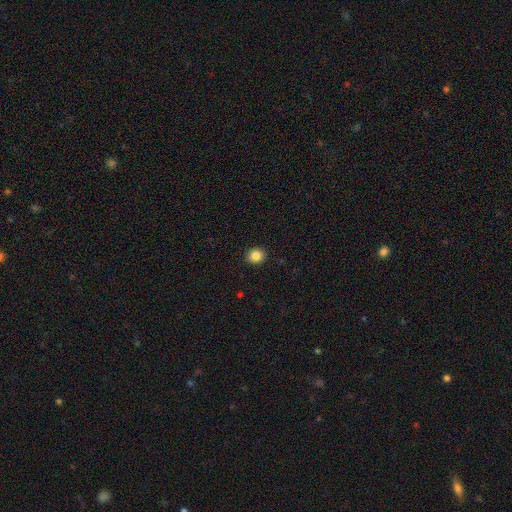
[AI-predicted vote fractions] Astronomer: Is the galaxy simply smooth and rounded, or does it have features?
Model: smooth — 86%.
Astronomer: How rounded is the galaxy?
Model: round — 78%.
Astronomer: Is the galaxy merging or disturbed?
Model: none — 92%.